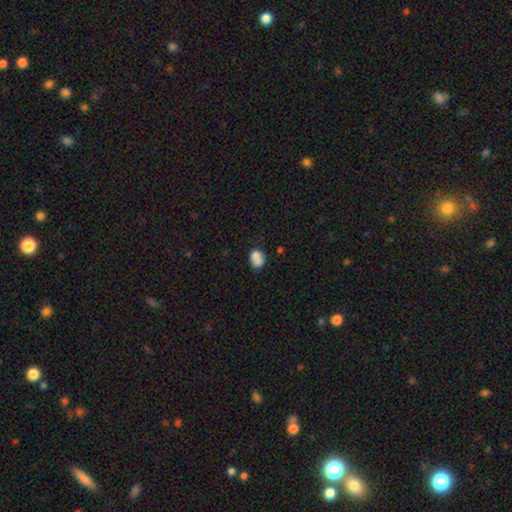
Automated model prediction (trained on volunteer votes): smooth_or_featured: smooth (p=0.71) [alt: featured or disk p=0.19]
how_rounded: round (p=0.59) [alt: in between p=0.40]
merging: merger (p=0.52) [alt: none p=0.30]